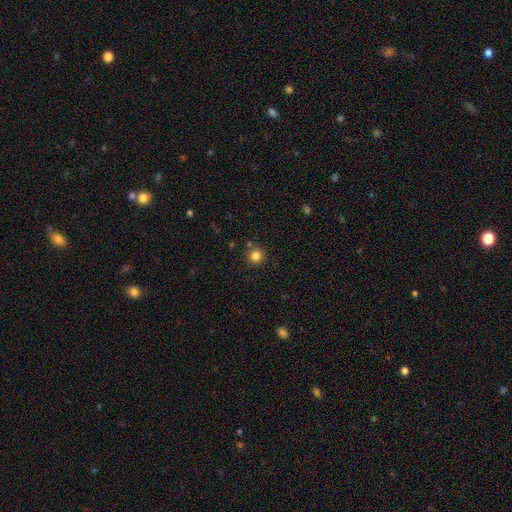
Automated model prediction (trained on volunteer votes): Morphology: type=smooth (83%); roundness=round (94%); merging=none (83%).